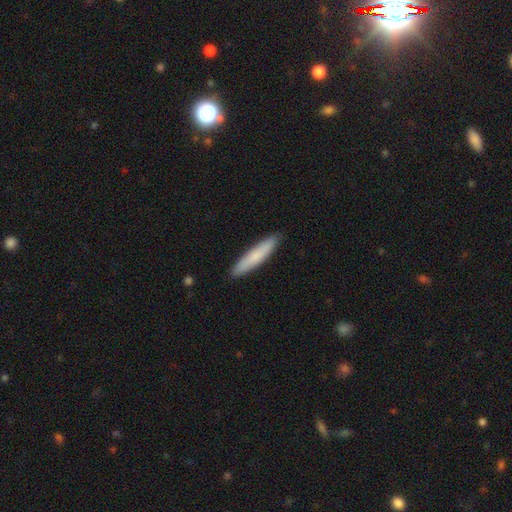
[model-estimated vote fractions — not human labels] Overall: smooth (77%). How rounded: cigar-shaped (90%). Merging: none (90%).